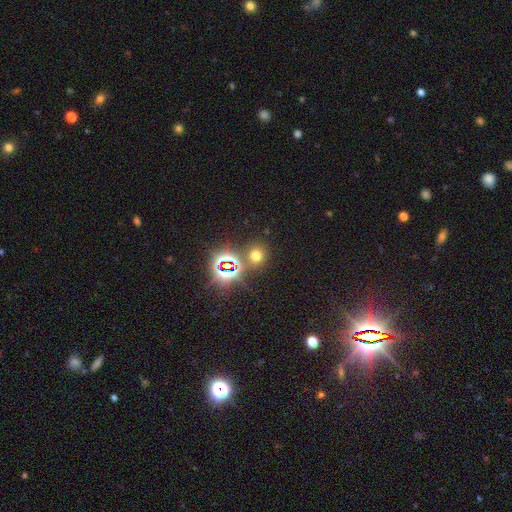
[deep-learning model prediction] Q: Smooth or featured?
A: smooth (56%); runner-up: star or artifact (37%)
Q: How rounded?
A: round (84%); runner-up: in between (15%)
Q: Merging?
A: none (79%); runner-up: merger (10%)